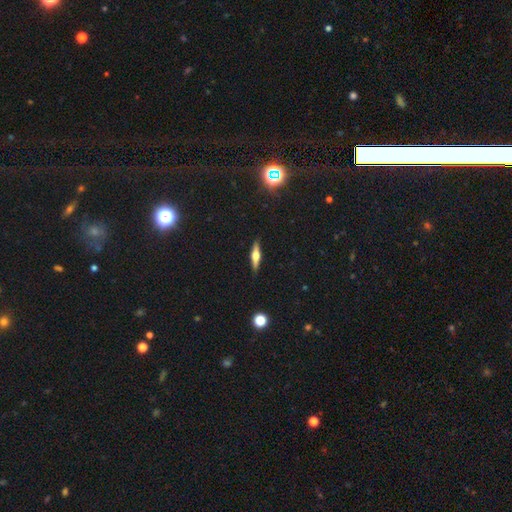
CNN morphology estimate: featured or disk 58%, smooth 34%, star or artifact 8%. Down the decision tree: edge-on disk — yes (96%); edge-on bulge — rounded (90%); merging — none (89%).